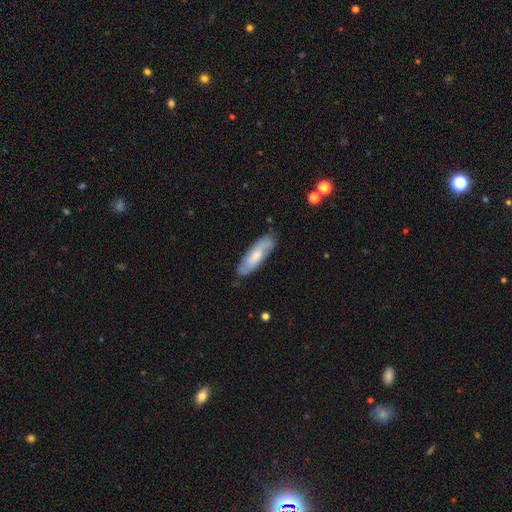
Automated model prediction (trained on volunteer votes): Morphology: type=featured or disk (49%); merging=none (79%).